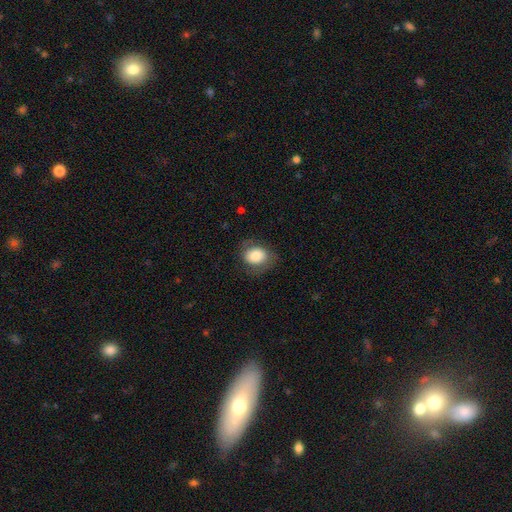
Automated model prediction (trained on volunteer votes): A smooth galaxy with no disk features (74%) that is in between round and cigar-shaped (51%).

Vote fractions:
- Smooth or featured? smooth: 74% / featured or disk: 18% / star or artifact: 8%
- How rounded? in between: 51% / round: 48% / cigar-shaped: 1%
- Merging? none: 71% / minor disturbance: 19% / major disturbance: 9% / merger: 1%